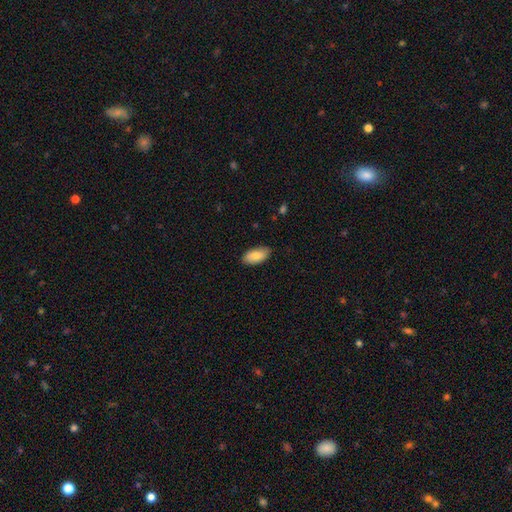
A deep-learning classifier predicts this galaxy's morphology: Smooth or featured: smooth — 82% (featured or disk — 12%)
How rounded: in between — 94% (cigar-shaped — 3%)
Merging: none — 85% (minor disturbance — 12%)